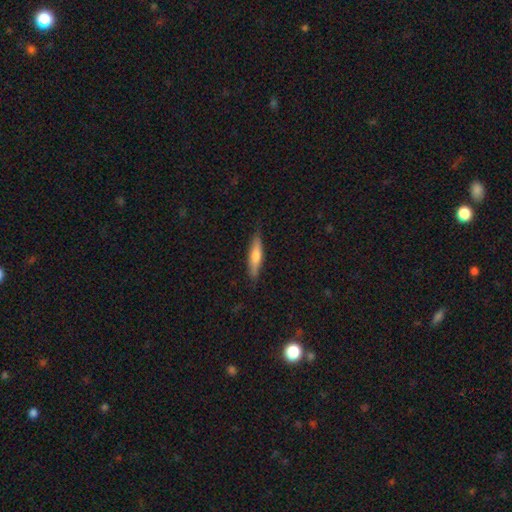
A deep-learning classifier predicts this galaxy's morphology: The model was most divided on "smooth or featured": smooth: 65%, featured or disk: 29%, star or artifact: 6%. More confident: merging — none (84%); how rounded — cigar-shaped (79%).